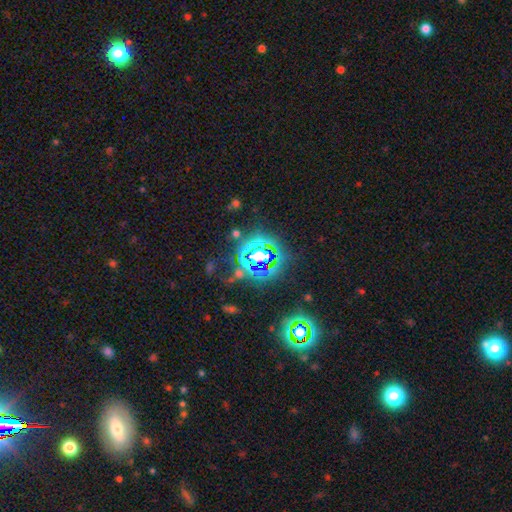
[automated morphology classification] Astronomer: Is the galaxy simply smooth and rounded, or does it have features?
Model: star or artifact — 81%.